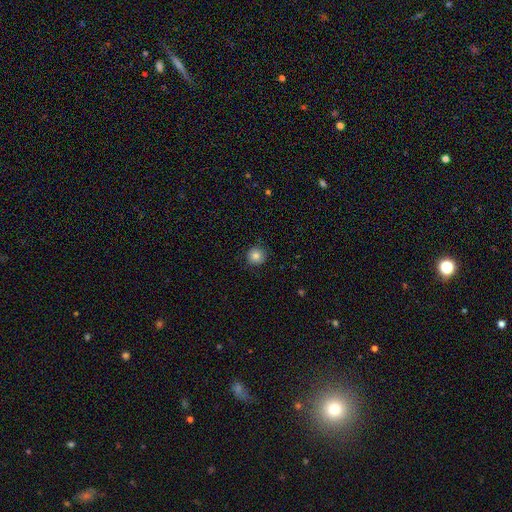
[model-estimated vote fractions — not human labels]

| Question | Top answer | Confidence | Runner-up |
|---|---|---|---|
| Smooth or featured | smooth | 83% | star or artifact (10%) |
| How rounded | round | 94% | in between (5%) |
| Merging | none | 87% | minor disturbance (9%) |